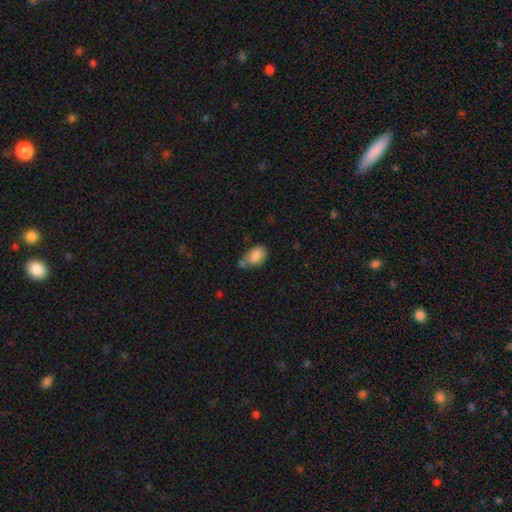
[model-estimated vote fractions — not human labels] A smooth galaxy with no disk features (82%) that is in between round and cigar-shaped (87%). Merging: none (47%).